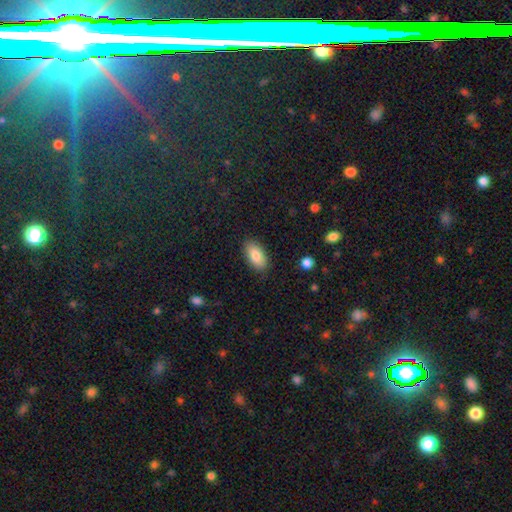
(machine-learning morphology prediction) Smooth or featured?
  - smooth: 84% *
  - featured or disk: 10%
  - star or artifact: 7%
How rounded?
  - in between: 92% *
  - cigar-shaped: 5%
  - round: 3%
Merging?
  - none: 87% *
  - minor disturbance: 10%
  - major disturbance: 2%
  - merger: 1%